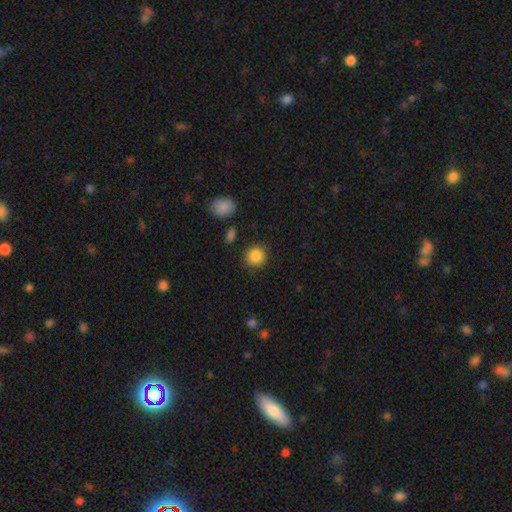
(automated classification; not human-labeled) Overall: smooth (87%). How rounded: round (88%). Merging: none (85%).